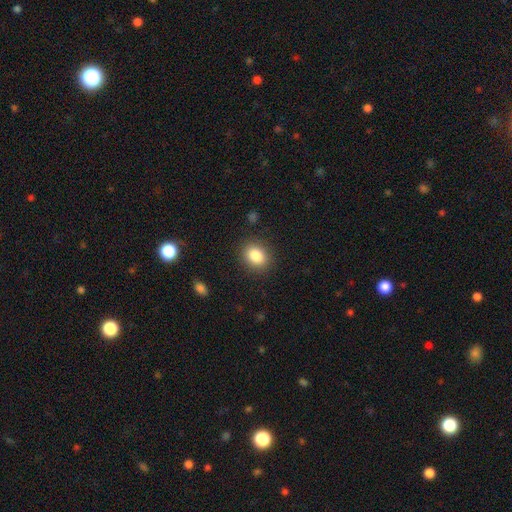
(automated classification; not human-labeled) smooth_or_featured: smooth (p=0.85) [alt: star or artifact p=0.09]
how_rounded: in between (p=0.53) [alt: round p=0.46]
merging: none (p=0.88) [alt: minor disturbance p=0.08]